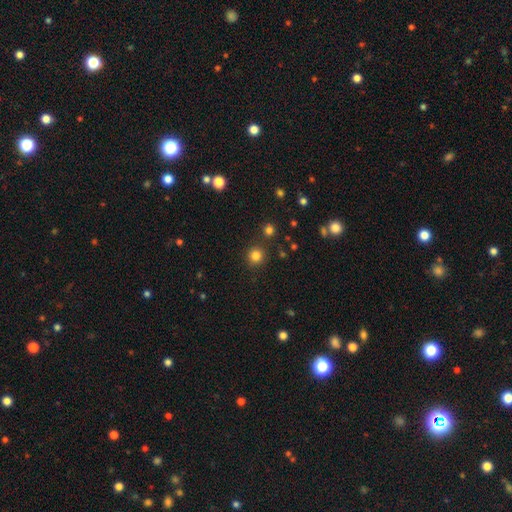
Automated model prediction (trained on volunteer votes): The model was most divided on "smooth or featured": smooth: 81%, star or artifact: 14%, featured or disk: 4%. More confident: how rounded — round (94%); merging — none (87%).